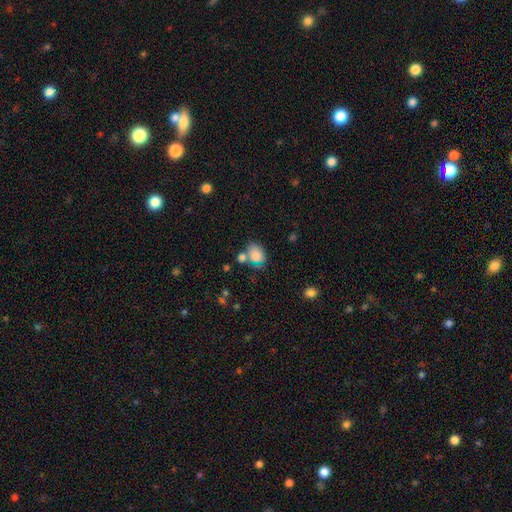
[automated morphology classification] smooth-or-featured: smooth: 80% | star or artifact: 11% | featured or disk: 9%
  how-rounded: in between: 66% | round: 32% | cigar-shaped: 1%
  merging: none: 47% | merger: 26% | minor disturbance: 18% | major disturbance: 8%